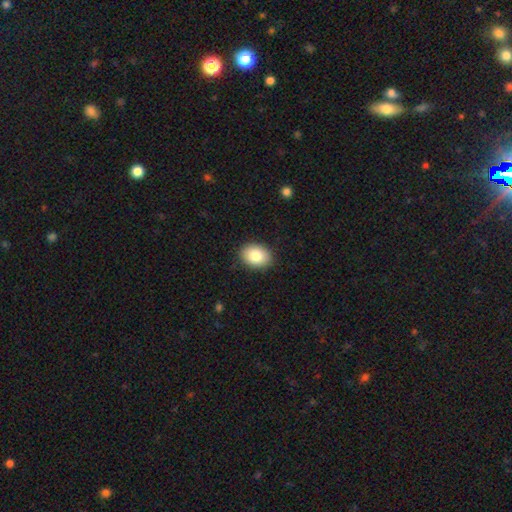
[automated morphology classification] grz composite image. It shows a smooth galaxy with no disk features (83%) that is in between round and cigar-shaped (64%). Merging: none (90%).